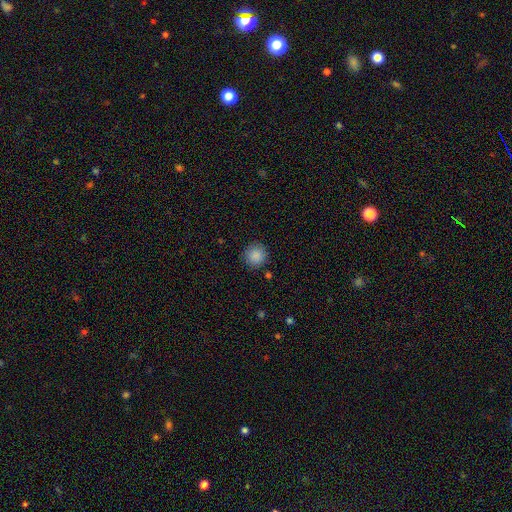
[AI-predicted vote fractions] A smooth galaxy with no disk features (88%) that is round (94%).

Vote fractions:
- Smooth or featured? smooth: 88% / star or artifact: 9% / featured or disk: 3%
- How rounded? round: 94% / in between: 5% / cigar-shaped: 1%
- Merging? none: 89% / minor disturbance: 8% / major disturbance: 2% / merger: 1%